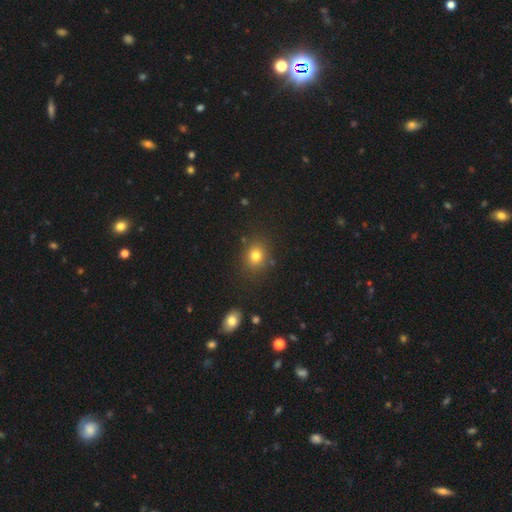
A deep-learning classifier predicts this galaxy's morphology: The model was most divided on "how rounded": round: 70%, in between: 29%, cigar-shaped: 1%. More confident: merging — none (82%); smooth or featured — smooth (78%).